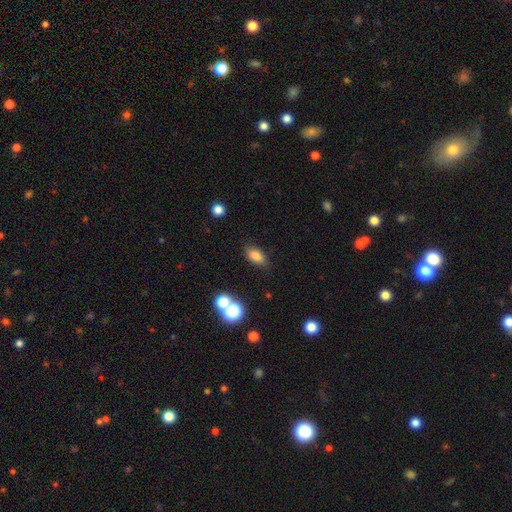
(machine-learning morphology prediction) Smooth or featured?
  - smooth: 82% *
  - star or artifact: 11%
  - featured or disk: 7%
How rounded?
  - in between: 88% *
  - round: 8%
  - cigar-shaped: 4%
Merging?
  - none: 82% *
  - minor disturbance: 11%
  - merger: 3%
  - major disturbance: 3%